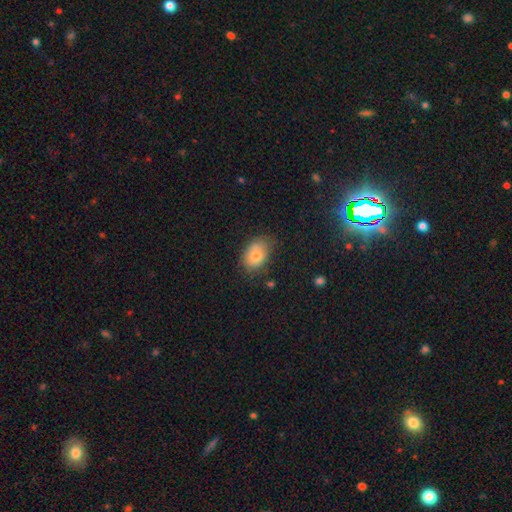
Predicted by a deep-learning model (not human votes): Q: Smooth or featured?
A: smooth (78%); runner-up: featured or disk (13%)
Q: How rounded?
A: in between (80%); runner-up: round (19%)
Q: Merging?
A: none (66%); runner-up: minor disturbance (25%)